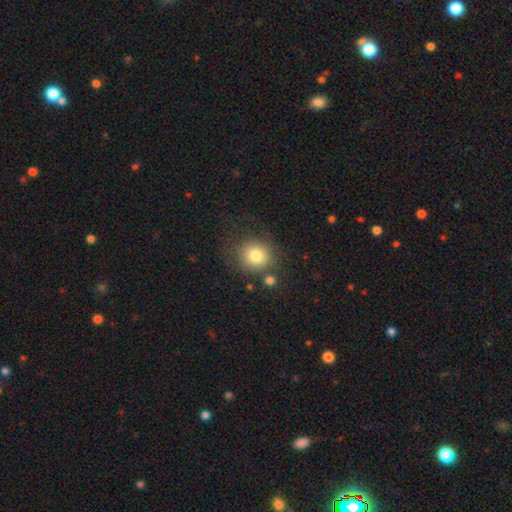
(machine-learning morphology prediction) A smooth galaxy with no disk features (79%) that is round (84%). Merging: none (68%).